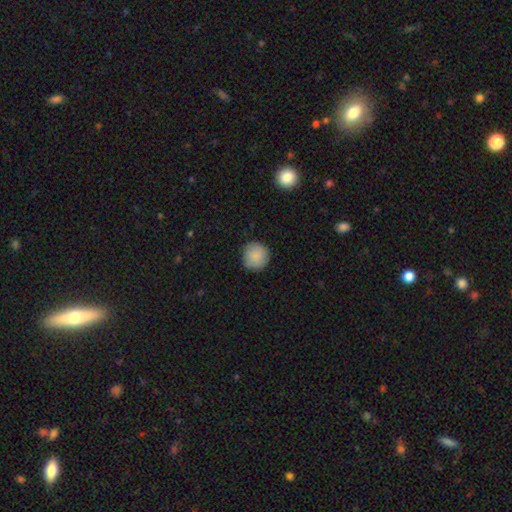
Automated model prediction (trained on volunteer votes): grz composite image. It shows a smooth galaxy with no disk features (88%) that is round (94%). Merging: none (87%).